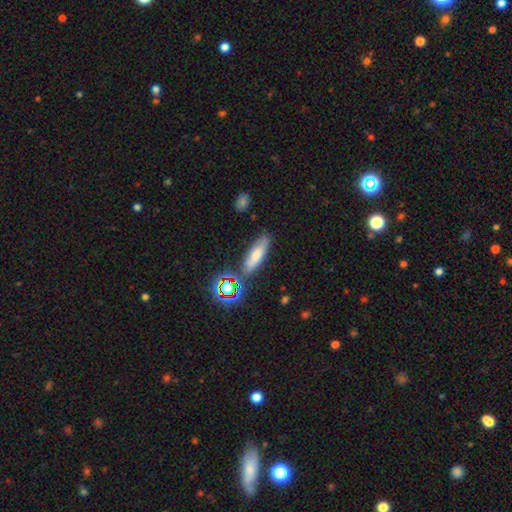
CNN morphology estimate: type=smooth (65%); roundness=cigar-shaped (48%); merging=none (75%).